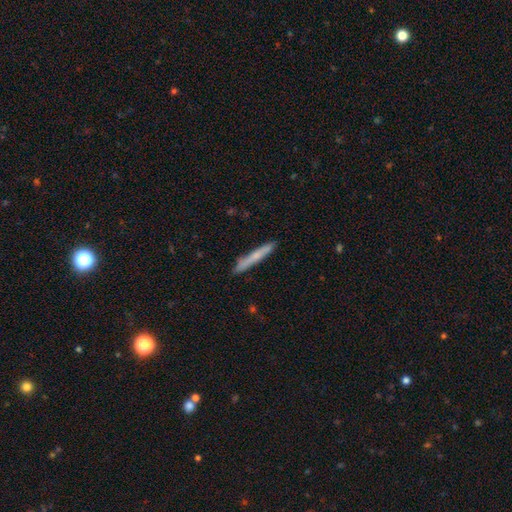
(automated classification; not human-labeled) smooth 67%, featured or disk 28%, star or artifact 6%. Down the decision tree: how rounded — cigar-shaped (96%); merging — none (87%).